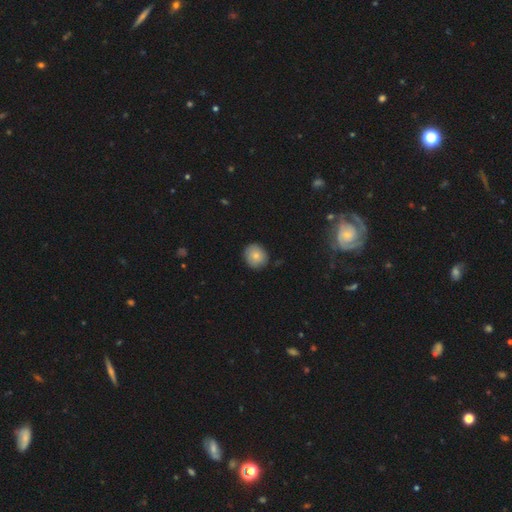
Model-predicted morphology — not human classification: Smooth or featured? smooth (79%)
How rounded? round (82%)
Merging? none (83%)